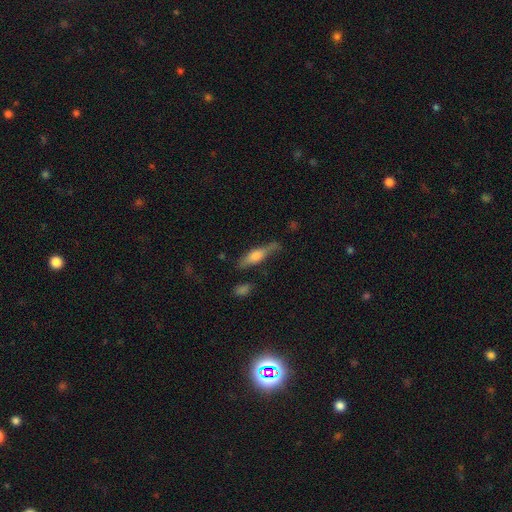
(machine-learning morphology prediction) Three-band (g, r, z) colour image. It shows a featured or disk galaxy (49%). Merging: none (70%).